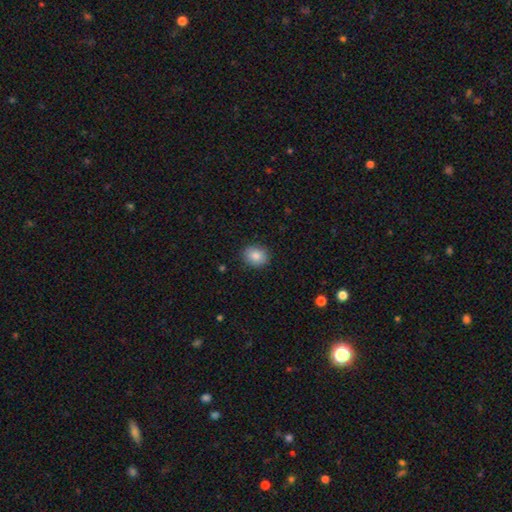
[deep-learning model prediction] smooth_or_featured: smooth (p=0.85) [alt: star or artifact p=0.08]
how_rounded: round (p=0.52) [alt: in between p=0.47]
merging: none (p=0.89) [alt: minor disturbance p=0.08]